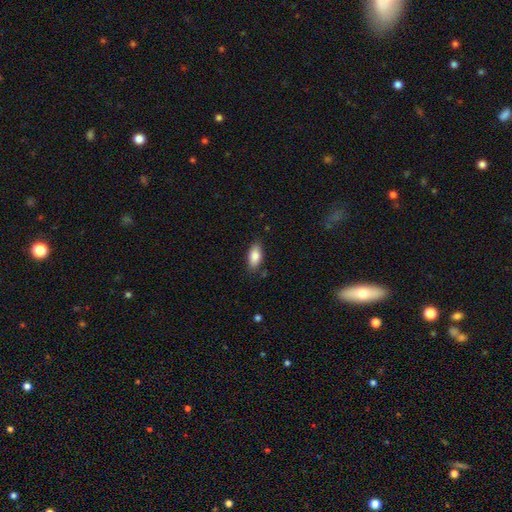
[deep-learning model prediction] A smooth galaxy with no disk features (85%) that is in between round and cigar-shaped (89%). Merging: none (82%).